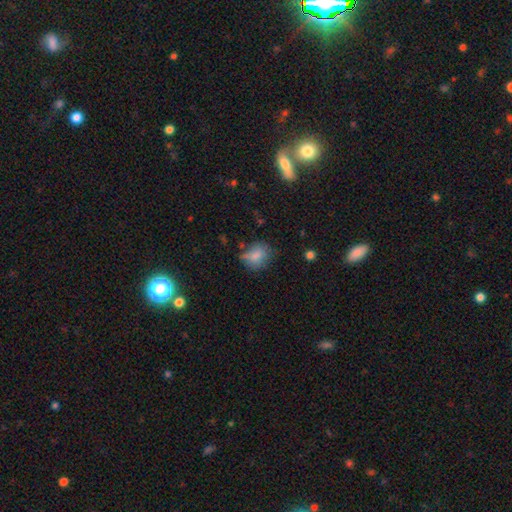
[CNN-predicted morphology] Smooth or featured: smooth — 76% (featured or disk — 13%)
How rounded: in between — 55% (round — 44%)
Merging: none — 55% (minor disturbance — 29%)